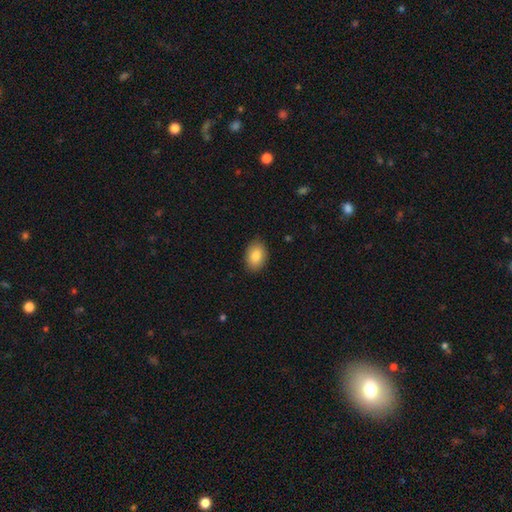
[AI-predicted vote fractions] Smooth or featured?
  - smooth: 85% *
  - featured or disk: 8%
  - star or artifact: 7%
How rounded?
  - in between: 84% *
  - round: 14%
  - cigar-shaped: 1%
Merging?
  - none: 87% *
  - minor disturbance: 10%
  - major disturbance: 2%
  - merger: 1%